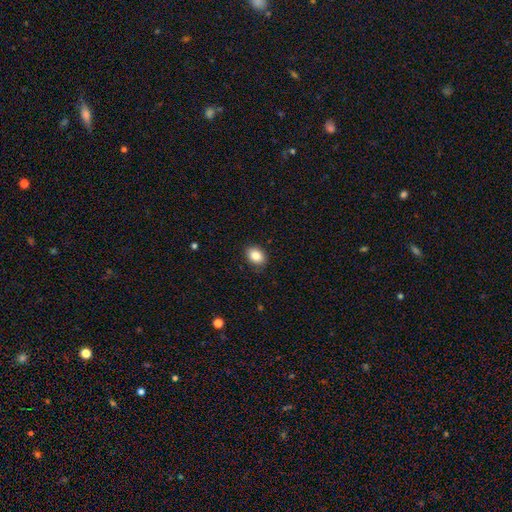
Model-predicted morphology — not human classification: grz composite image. It shows a smooth galaxy with no disk features (86%) that is in between round and cigar-shaped (74%). Merging: none (86%).